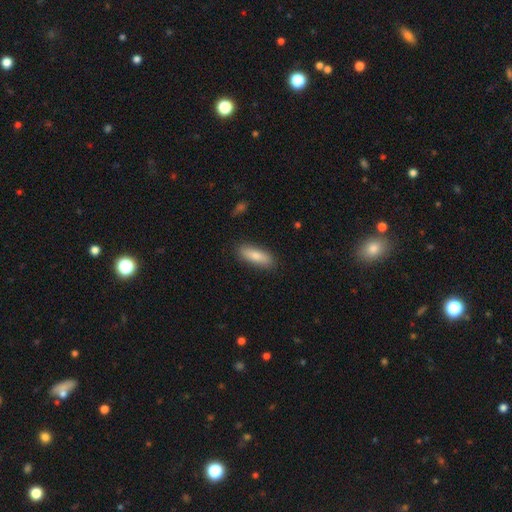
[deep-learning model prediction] Smooth or featured?
  - smooth: 81% *
  - featured or disk: 13%
  - star or artifact: 6%
How rounded?
  - in between: 58% *
  - cigar-shaped: 40%
  - round: 2%
Merging?
  - none: 86% *
  - minor disturbance: 10%
  - major disturbance: 2%
  - merger: 1%